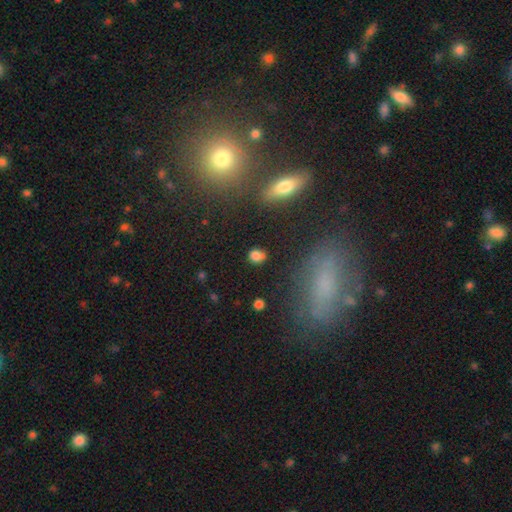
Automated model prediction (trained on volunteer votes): Smooth or featured? smooth (78%)
How rounded? round (59%)
Merging? none (70%)